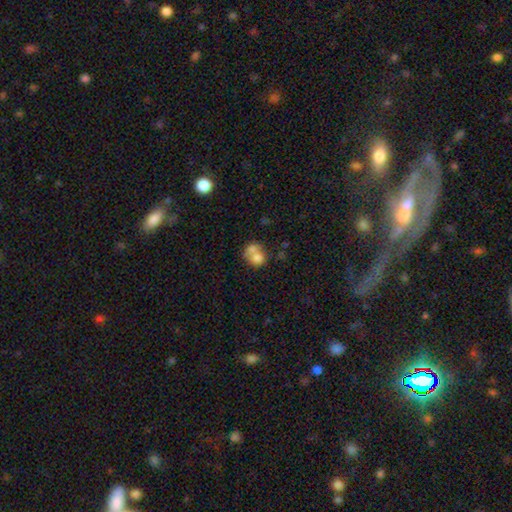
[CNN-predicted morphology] A smooth galaxy with no disk features (72%) that is round (66%). Merging: merger (63%).